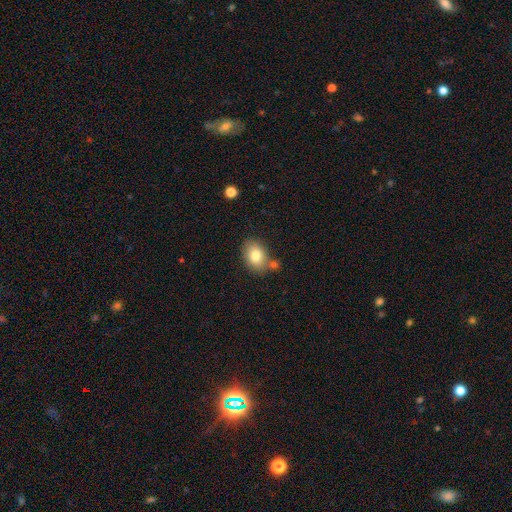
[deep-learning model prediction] smooth-or-featured: smooth: 79% | featured or disk: 12% | star or artifact: 9%
  how-rounded: in between: 71% | round: 28% | cigar-shaped: 1%
  merging: none: 68% | minor disturbance: 15% | merger: 13% | major disturbance: 4%